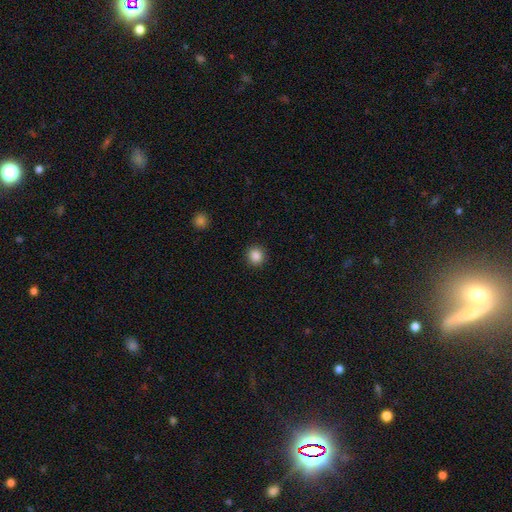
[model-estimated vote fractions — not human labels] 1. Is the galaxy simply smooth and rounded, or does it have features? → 86% smooth, 10% star or artifact, 4% featured or disk.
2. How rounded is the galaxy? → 93% round, 6% in between, 1% cigar-shaped.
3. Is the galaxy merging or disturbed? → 92% none, 5% minor disturbance, 2% major disturbance, 1% merger.